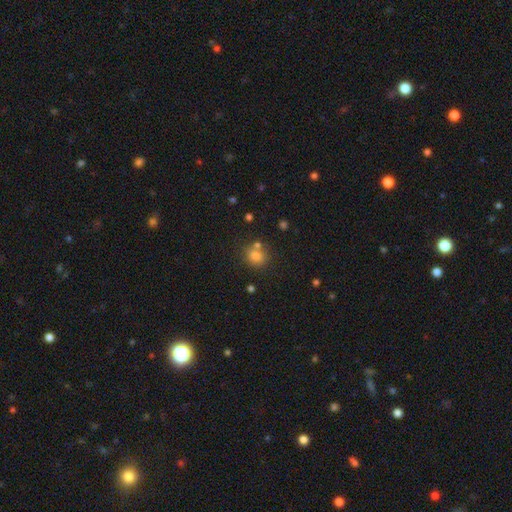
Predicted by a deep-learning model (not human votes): smooth_or_featured: smooth (p=0.79) [alt: star or artifact p=0.14]
how_rounded: round (p=0.75) [alt: in between p=0.24]
merging: none (p=0.70) [alt: merger p=0.15]